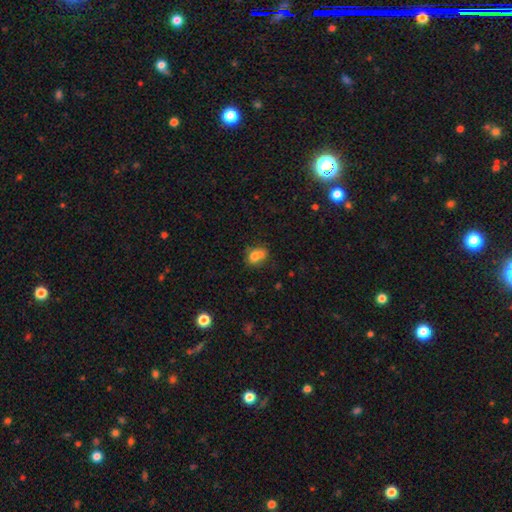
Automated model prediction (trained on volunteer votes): Smooth or featured? Predicted: smooth (p=0.72). How rounded? Predicted: in between (p=0.55). Merging? Predicted: merger (p=0.43).